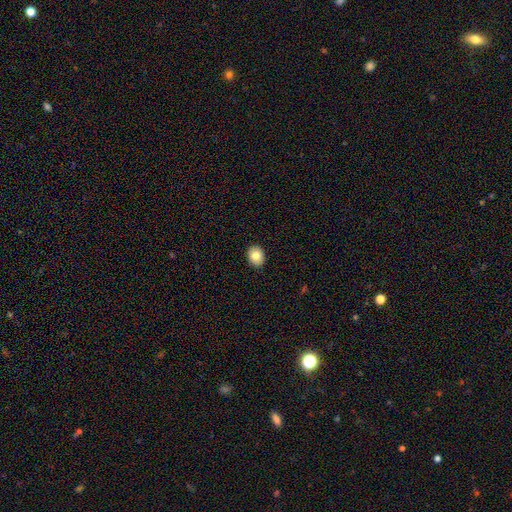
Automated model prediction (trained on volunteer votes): Q: Smooth or featured?
A: smooth (81%); runner-up: featured or disk (11%)
Q: How rounded?
A: in between (53%); runner-up: round (46%)
Q: Merging?
A: none (91%); runner-up: minor disturbance (7%)